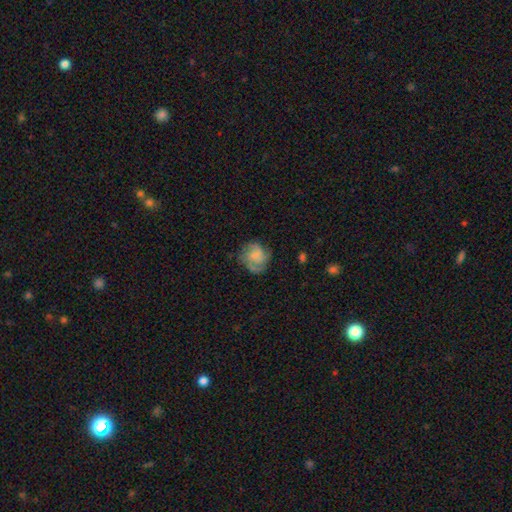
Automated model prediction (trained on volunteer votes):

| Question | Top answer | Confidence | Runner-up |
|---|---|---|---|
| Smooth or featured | featured or disk | 60% | smooth (31%) |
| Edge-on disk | no | 98% | yes (2%) |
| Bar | no | 67% | weak (29%) |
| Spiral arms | yes | 87% | no (13%) |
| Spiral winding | medium | 44% | tight (39%) |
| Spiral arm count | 3 | 33% | can't tell (25%) |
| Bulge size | none | 39% | small (30%) |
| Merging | none | 65% | minor disturbance (21%) |